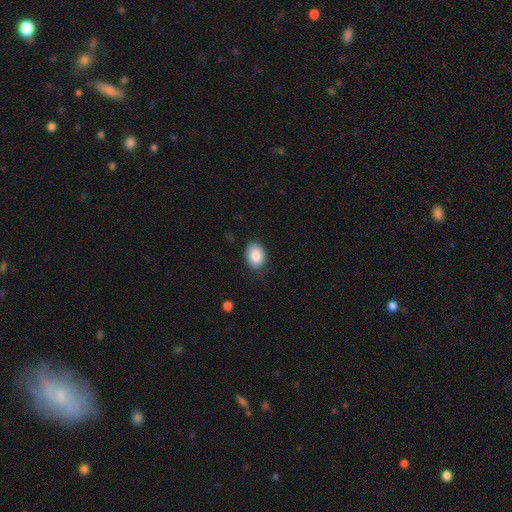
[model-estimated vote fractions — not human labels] A smooth galaxy with no disk features (86%) that is in between round and cigar-shaped (78%).

Vote fractions:
- Smooth or featured? smooth: 86% / star or artifact: 7% / featured or disk: 7%
- How rounded? in between: 78% / round: 21% / cigar-shaped: 1%
- Merging? none: 77% / minor disturbance: 18% / major disturbance: 4% / merger: 1%